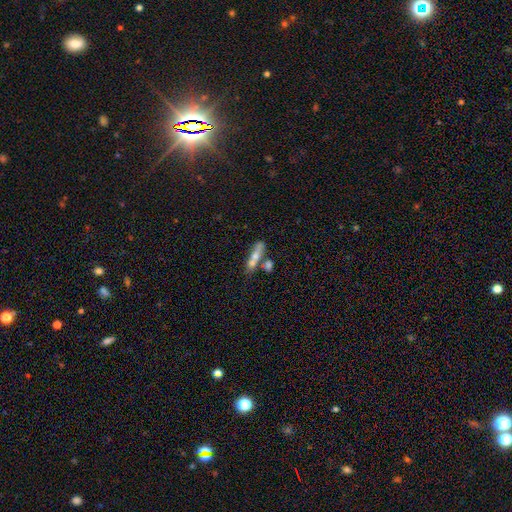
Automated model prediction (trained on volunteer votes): smooth 55%, featured or disk 34%, star or artifact 10%. Down the decision tree: how rounded — cigar-shaped (59%); merging — merger (45%).